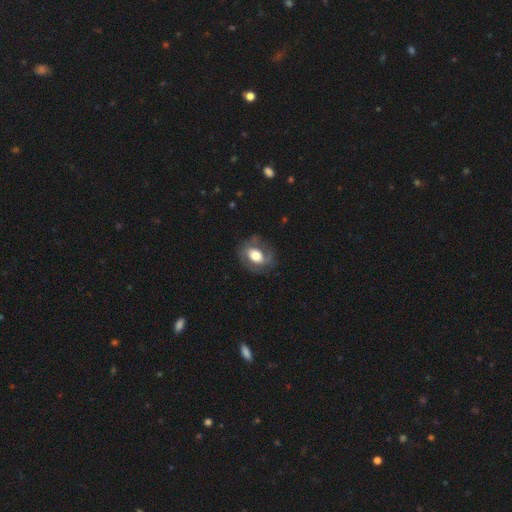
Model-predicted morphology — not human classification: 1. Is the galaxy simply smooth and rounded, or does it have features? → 51% featured or disk, 42% smooth, 7% star or artifact.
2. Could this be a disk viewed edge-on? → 95% no, 5% yes.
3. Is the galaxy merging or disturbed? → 69% none, 19% minor disturbance, 11% major disturbance, 1% merger.